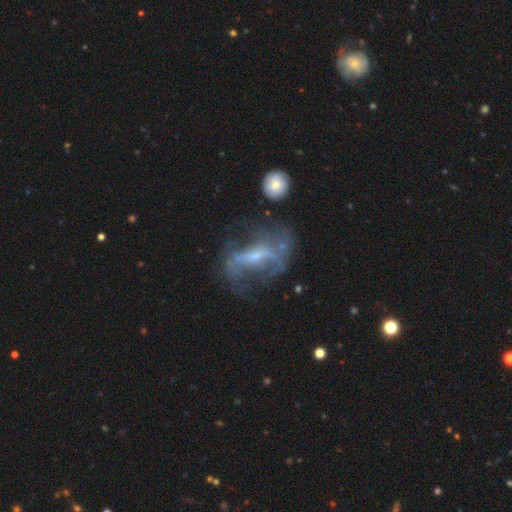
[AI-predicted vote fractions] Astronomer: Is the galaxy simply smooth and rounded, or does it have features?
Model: featured or disk — 73%.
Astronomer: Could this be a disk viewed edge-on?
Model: no — 88%.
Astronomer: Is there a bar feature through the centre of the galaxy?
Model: strong — 38% (runner-up: weak, 33%).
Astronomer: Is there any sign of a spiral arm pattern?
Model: yes — 56% (runner-up: no, 44%).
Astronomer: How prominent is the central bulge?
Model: small — 56%.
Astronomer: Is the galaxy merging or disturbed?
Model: none — 40% (runner-up: major disturbance, 35%).